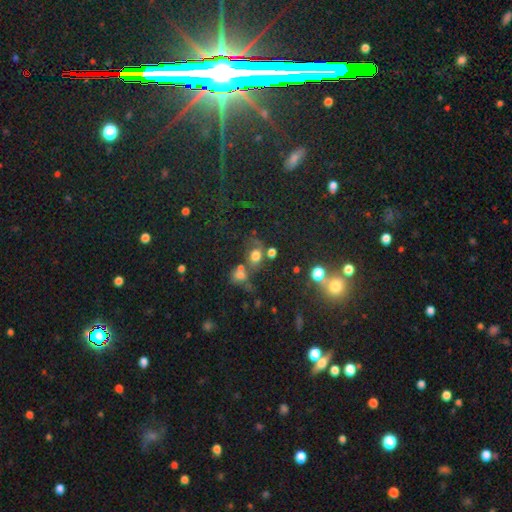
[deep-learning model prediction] Q: Smooth or featured?
A: smooth (62%); runner-up: star or artifact (21%)
Q: How rounded?
A: round (54%); runner-up: in between (44%)
Q: Merging?
A: none (43%); runner-up: merger (30%)